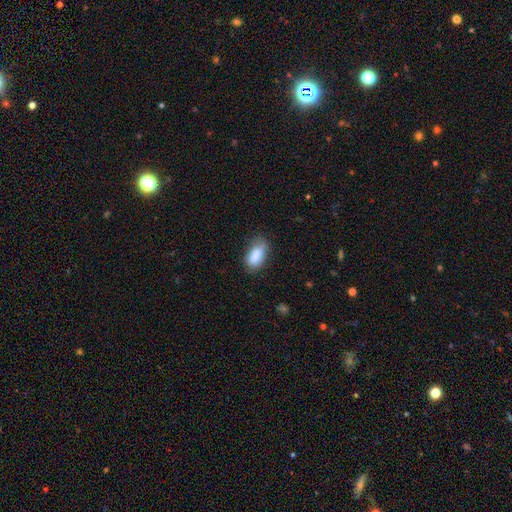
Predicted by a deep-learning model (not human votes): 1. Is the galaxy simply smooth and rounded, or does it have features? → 84% smooth, 9% featured or disk, 7% star or artifact.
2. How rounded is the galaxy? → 91% in between, 5% cigar-shaped, 4% round.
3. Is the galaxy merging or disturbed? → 66% none, 26% minor disturbance, 6% major disturbance, 2% merger.